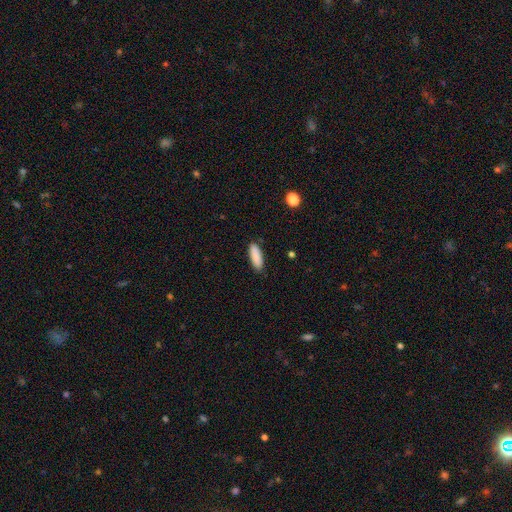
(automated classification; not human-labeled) A smooth galaxy with no disk features (89%) that is in between round and cigar-shaped (60%).

Vote fractions:
- Smooth or featured? smooth: 89% / star or artifact: 6% / featured or disk: 5%
- How rounded? in between: 60% / cigar-shaped: 38% / round: 2%
- Merging? none: 87% / minor disturbance: 10% / major disturbance: 2% / merger: 1%